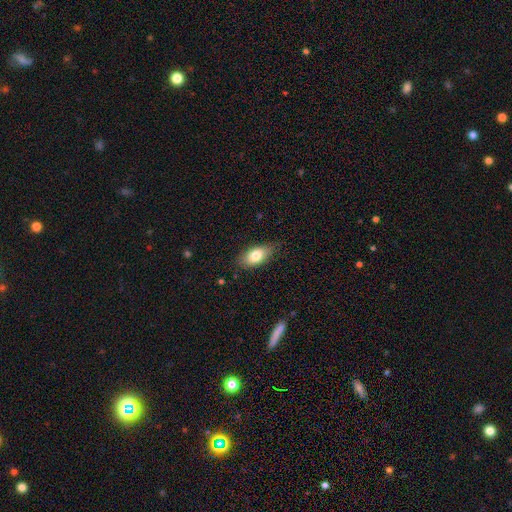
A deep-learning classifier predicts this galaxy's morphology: Smooth or featured? smooth (78%)
How rounded? in between (89%)
Merging? none (77%)